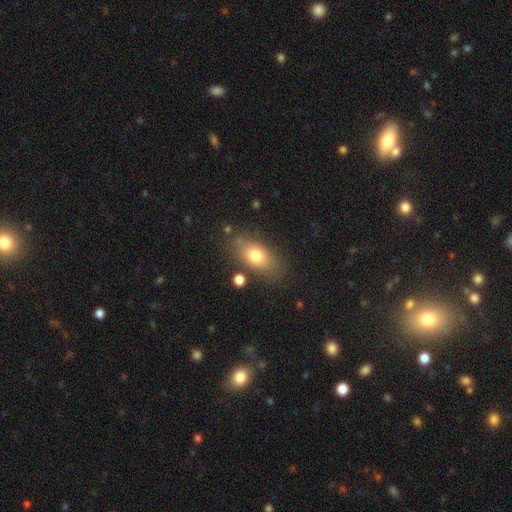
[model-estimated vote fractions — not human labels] smooth-or-featured: smooth: 75% | featured or disk: 16% | star or artifact: 9%
  how-rounded: in between: 82% | round: 12% | cigar-shaped: 6%
  merging: none: 75% | minor disturbance: 15% | major disturbance: 5% | merger: 4%